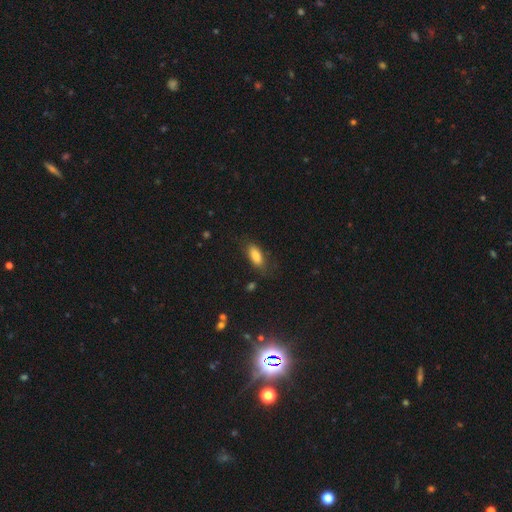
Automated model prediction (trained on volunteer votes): smooth_or_featured: smooth (p=0.83) [alt: featured or disk p=0.10]
how_rounded: in between (p=0.83) [alt: cigar-shaped p=0.15]
merging: none (p=0.72) [alt: minor disturbance p=0.19]